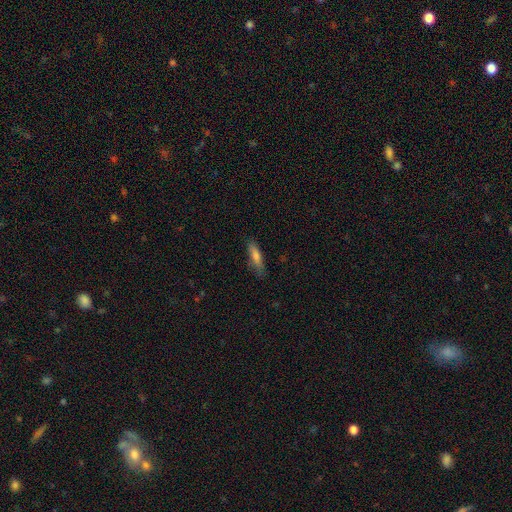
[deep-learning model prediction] smooth_or_featured: smooth (p=0.68) [alt: featured or disk p=0.24]
how_rounded: cigar-shaped (p=0.79) [alt: in between p=0.19]
merging: none (p=0.82) [alt: minor disturbance p=0.14]